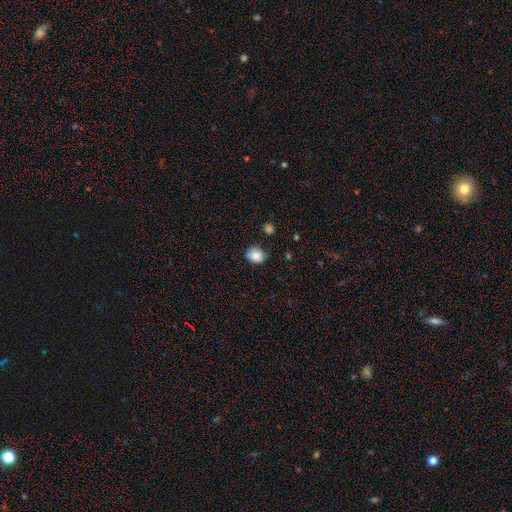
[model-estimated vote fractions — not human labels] Smooth or featured? smooth (83%)
How rounded? round (59%)
Merging? none (71%)